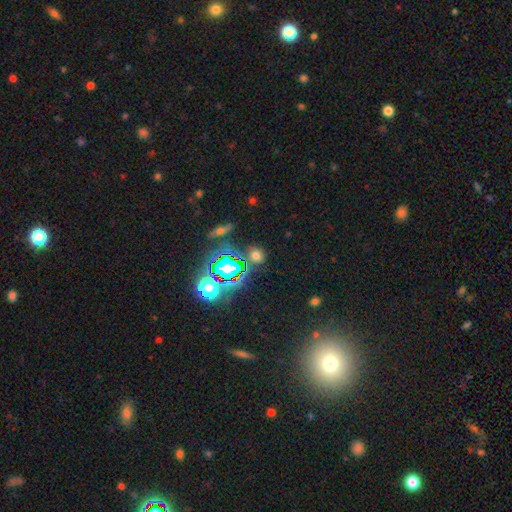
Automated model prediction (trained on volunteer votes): This is possibly a smooth galaxy (51%). How rounded: likely round (72%). Merging: likely none (79%).